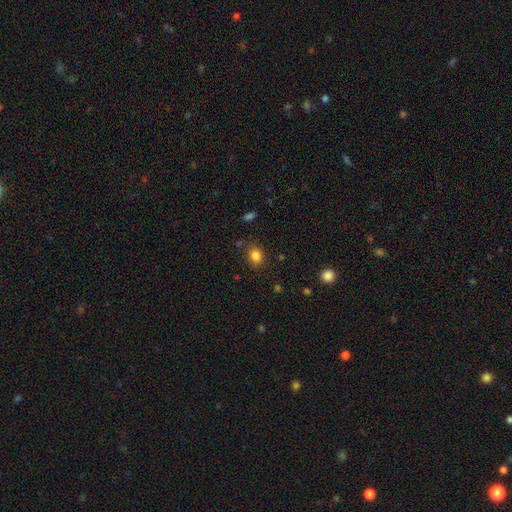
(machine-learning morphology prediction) The model was most divided on "how rounded": round: 55%, in between: 44%, cigar-shaped: 1%. More confident: smooth or featured — smooth (83%); merging — none (83%).